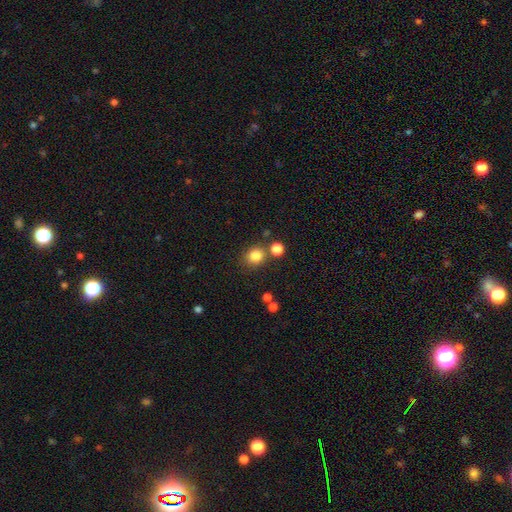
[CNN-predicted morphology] A smooth galaxy with no disk features (83%) that is round (80%).

Vote fractions:
- Smooth or featured? smooth: 83% / star or artifact: 12% / featured or disk: 5%
- How rounded? round: 80% / in between: 19% / cigar-shaped: 1%
- Merging? none: 72% / merger: 14% / minor disturbance: 10% / major disturbance: 4%